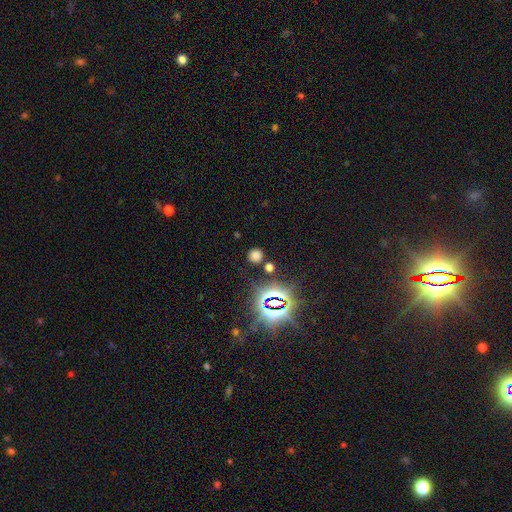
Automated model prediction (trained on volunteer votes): This is possibly a smooth galaxy (60%). How rounded: clearly round (88%). Merging: clearly none (83%).